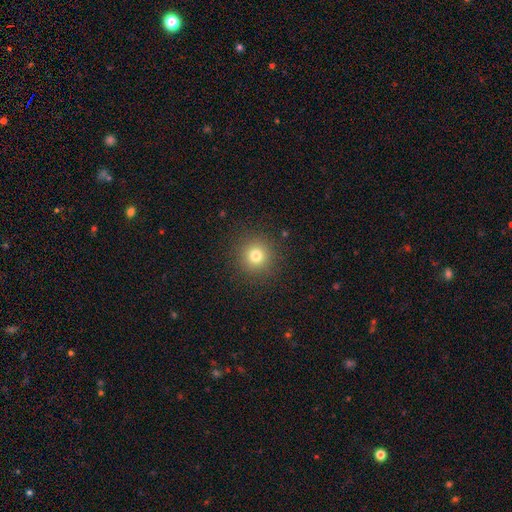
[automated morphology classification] Smooth or featured: smooth — 77% (star or artifact — 15%)
How rounded: round — 95% (in between — 4%)
Merging: none — 90% (minor disturbance — 6%)